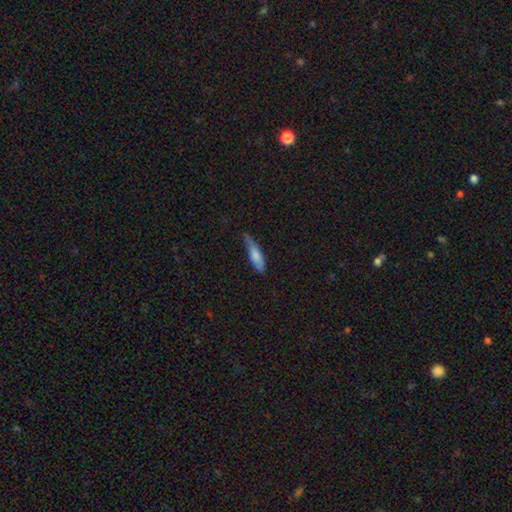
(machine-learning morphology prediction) smooth_or_featured: smooth (p=0.75) [alt: featured or disk p=0.19]
how_rounded: cigar-shaped (p=0.61) [alt: in between p=0.37]
merging: none (p=0.46) [alt: minor disturbance p=0.41]